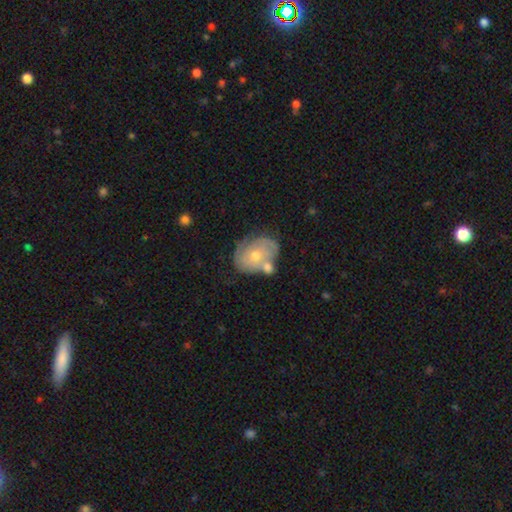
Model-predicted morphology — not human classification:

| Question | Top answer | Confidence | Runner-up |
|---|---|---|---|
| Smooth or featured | featured or disk | 60% | smooth (33%) |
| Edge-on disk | no | 96% | yes (4%) |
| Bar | no | 83% | weak (14%) |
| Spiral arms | yes | 70% | no (30%) |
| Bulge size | moderate | 55% | small (41%) |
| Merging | none | 50% | merger (22%) |